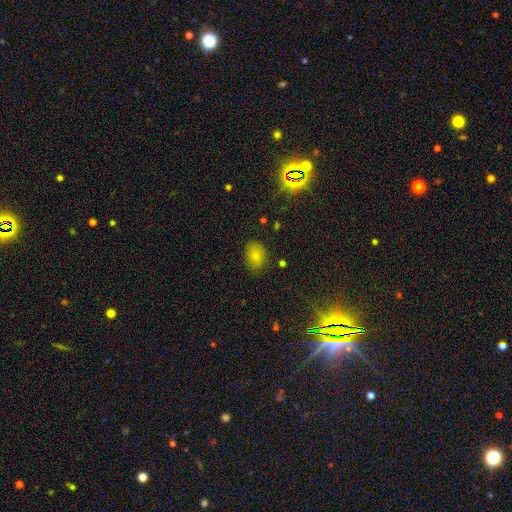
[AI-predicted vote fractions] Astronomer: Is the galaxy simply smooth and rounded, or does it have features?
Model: smooth — 63%.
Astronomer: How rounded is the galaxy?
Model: in between — 66%.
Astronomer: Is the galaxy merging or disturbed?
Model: none — 83%.